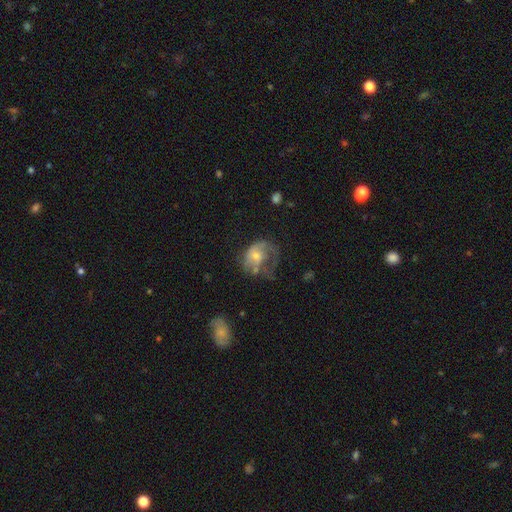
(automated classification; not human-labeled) Overall: featured or disk (59%; smooth 32%). Edge-on disk: no (97%). Bar: no (75%). Spiral arms: yes (57%; no 43%). Bulge size: small (49%; moderate 42%). Merging: major disturbance (43%; none 29%).